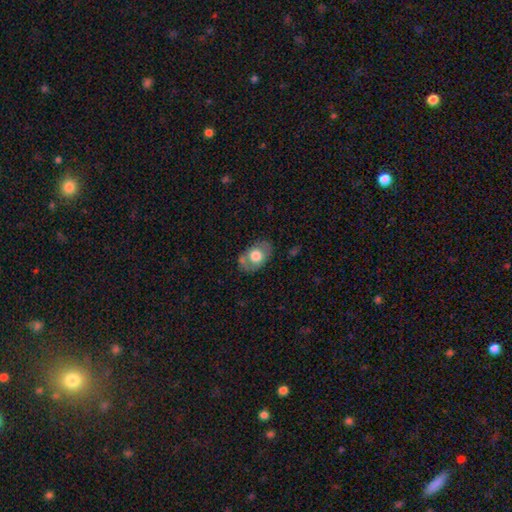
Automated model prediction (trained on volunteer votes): smooth_or_featured: smooth (p=0.63) [alt: featured or disk p=0.31]
how_rounded: in between (p=0.82) [alt: round p=0.17]
merging: none (p=0.67) [alt: minor disturbance p=0.20]